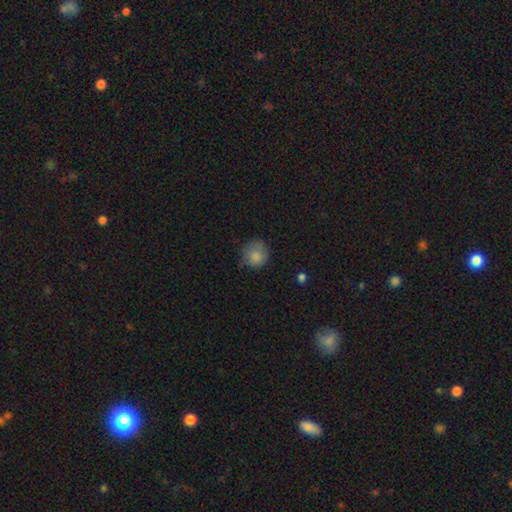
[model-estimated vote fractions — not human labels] The model was most divided on "merging": none: 70%, minor disturbance: 22%, major disturbance: 6%, merger: 2%. More confident: how rounded — round (86%); smooth or featured — smooth (83%).